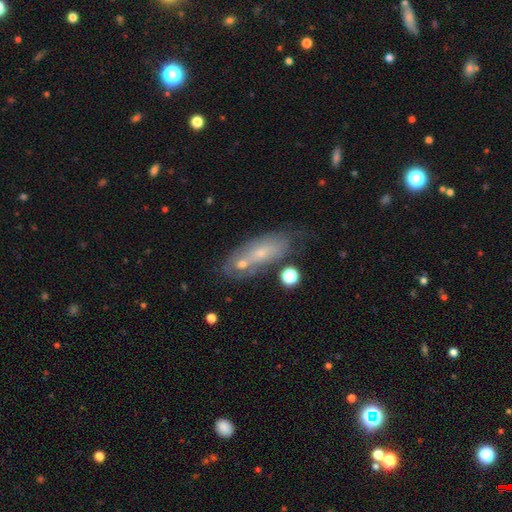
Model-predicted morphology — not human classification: This appears to be a smooth galaxy with no disk features (44%). Merging: none (65%).